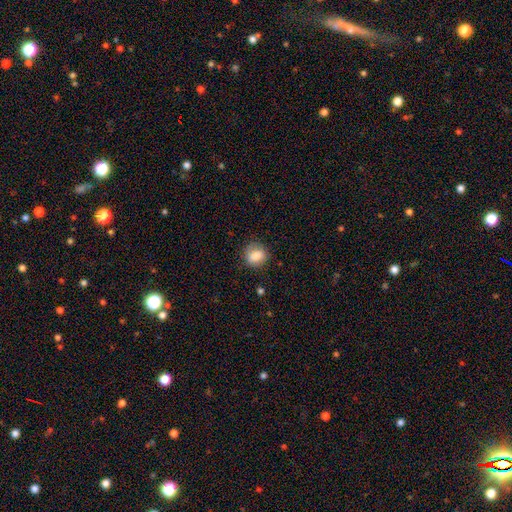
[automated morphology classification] smooth_or_featured: smooth (p=0.82) [alt: featured or disk p=0.09]
how_rounded: round (p=0.70) [alt: in between p=0.29]
merging: none (p=0.77) [alt: minor disturbance p=0.17]